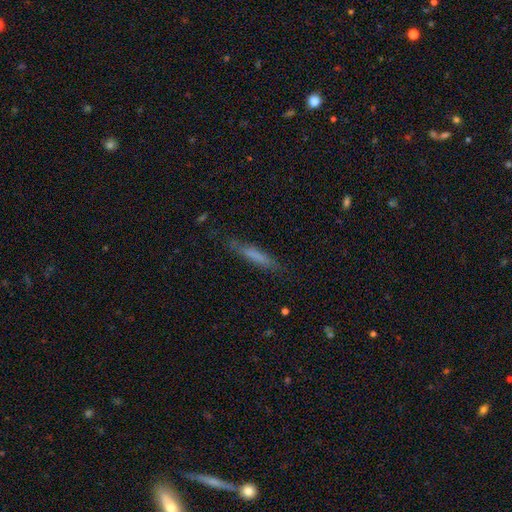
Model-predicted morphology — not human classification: smooth-or-featured: smooth: 66% | featured or disk: 26% | star or artifact: 8%
  how-rounded: cigar-shaped: 90% | in between: 8% | round: 1%
  merging: none: 77% | minor disturbance: 16% | major disturbance: 5% | merger: 2%